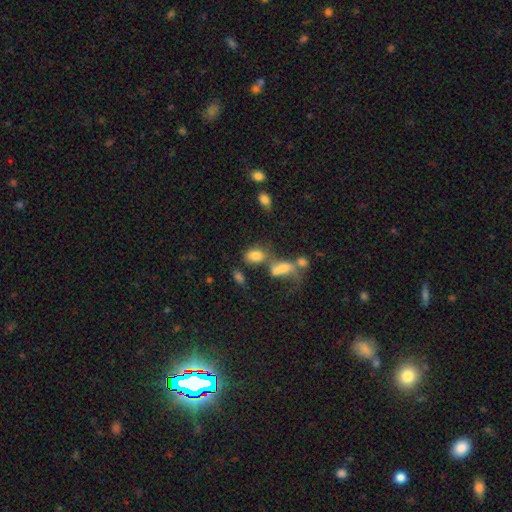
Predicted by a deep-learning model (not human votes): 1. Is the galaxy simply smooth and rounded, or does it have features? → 77% smooth, 12% star or artifact, 11% featured or disk.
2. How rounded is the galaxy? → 82% in between, 15% round, 3% cigar-shaped.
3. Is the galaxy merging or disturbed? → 42% none, 36% merger, 13% minor disturbance, 9% major disturbance.